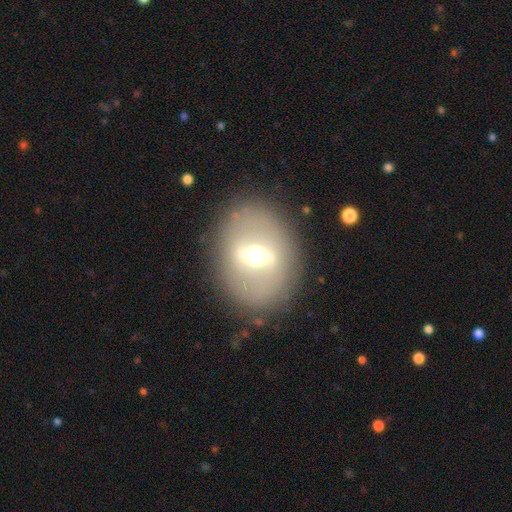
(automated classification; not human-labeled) Morphology: type=featured or disk (68%); edge-on=no (80%); bar=strong (64%); spiral arms=no (83%); bulge=moderate (68%); merging=none (83%).